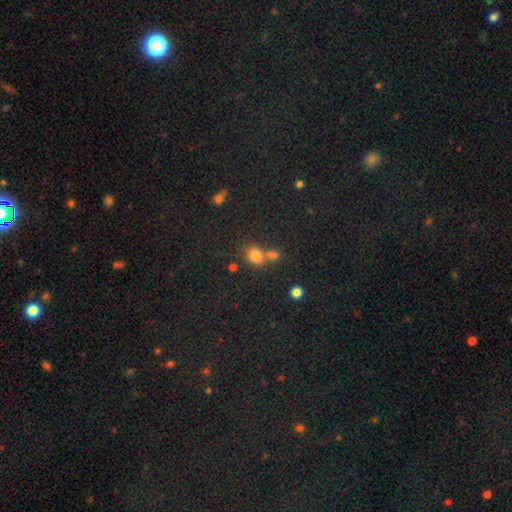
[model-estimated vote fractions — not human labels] Overall: smooth (75%). How rounded: round (67%; in between 32%). Merging: merger (44%; none 42%).